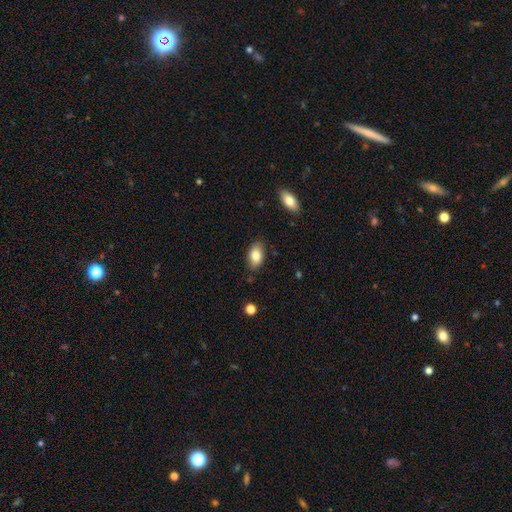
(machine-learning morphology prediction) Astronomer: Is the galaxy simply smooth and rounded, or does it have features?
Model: smooth — 83%.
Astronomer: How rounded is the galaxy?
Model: in between — 91%.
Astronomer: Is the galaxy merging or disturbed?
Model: none — 82%.